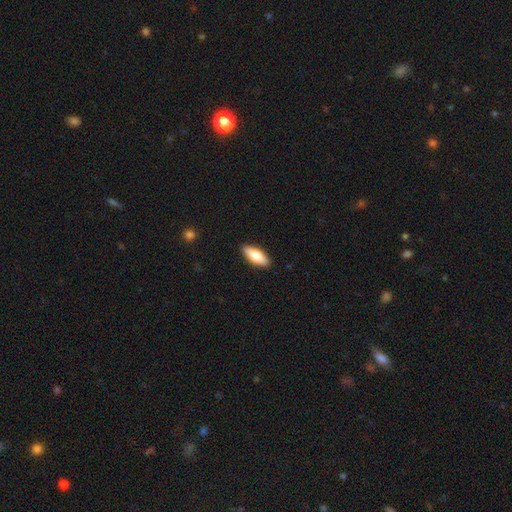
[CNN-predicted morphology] A smooth galaxy with no disk features (74%) that is in between round and cigar-shaped (74%).

Vote fractions:
- Smooth or featured? smooth: 74% / featured or disk: 21% / star or artifact: 5%
- How rounded? in between: 74% / cigar-shaped: 24% / round: 2%
- Merging? none: 89% / minor disturbance: 8% / major disturbance: 2% / merger: 1%